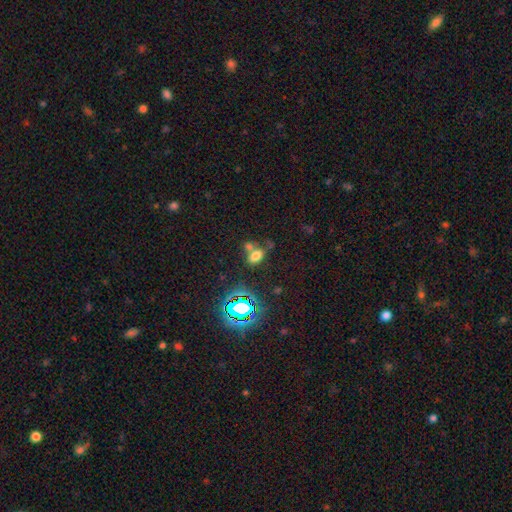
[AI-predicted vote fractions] Smooth or featured: smooth — 66% (star or artifact — 22%)
How rounded: in between — 81% (round — 17%)
Merging: none — 44% (merger — 39%)